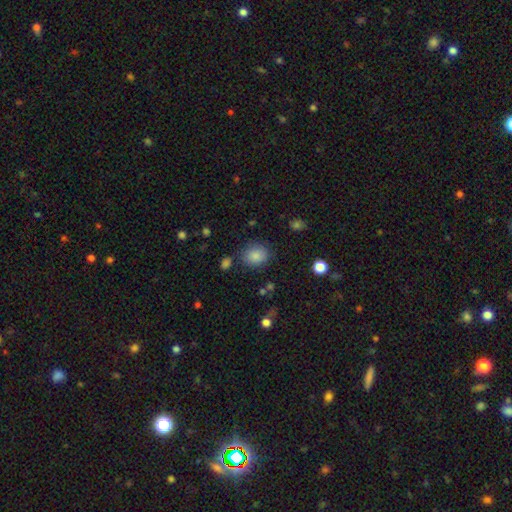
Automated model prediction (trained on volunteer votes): A smooth galaxy with no disk features (85%) that is round (61%). Merging: none (79%).